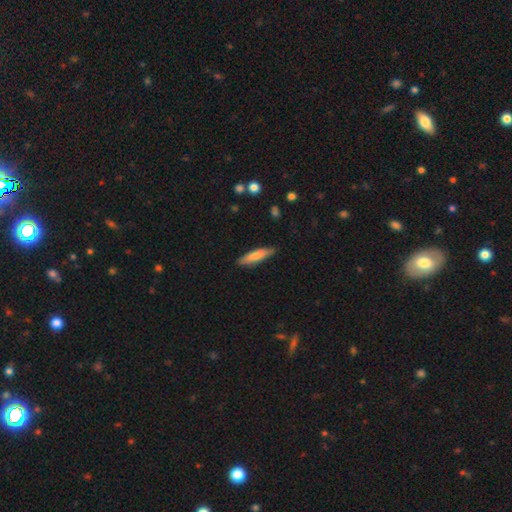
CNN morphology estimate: type=smooth (73%); roundness=cigar-shaped (79%); merging=none (86%).